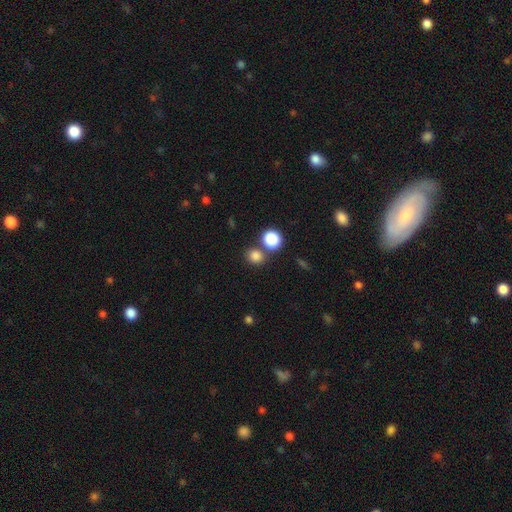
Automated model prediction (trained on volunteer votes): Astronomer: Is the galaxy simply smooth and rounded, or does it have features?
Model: smooth — 81%.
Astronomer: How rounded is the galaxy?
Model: round — 78%.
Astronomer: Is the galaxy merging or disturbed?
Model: none — 71%.